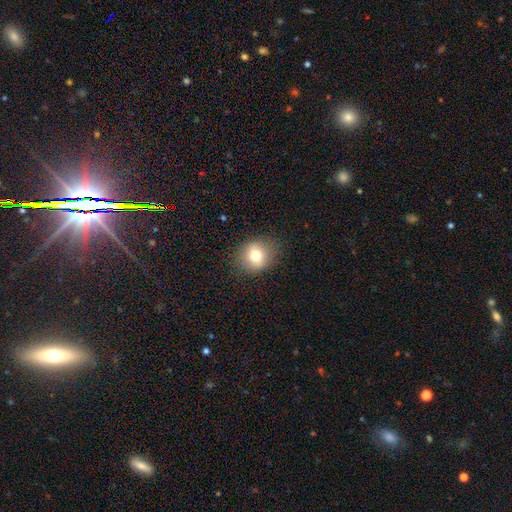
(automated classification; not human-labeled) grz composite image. It shows a smooth galaxy with no disk features (75%) that is round (63%). Merging: none (84%).